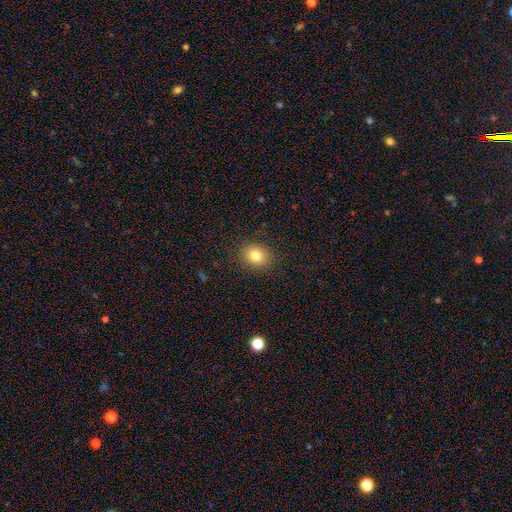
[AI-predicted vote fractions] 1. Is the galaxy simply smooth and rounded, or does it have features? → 80% smooth, 12% star or artifact, 8% featured or disk.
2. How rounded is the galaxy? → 69% round, 31% in between, 1% cigar-shaped.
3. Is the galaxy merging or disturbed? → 89% none, 8% minor disturbance, 3% major disturbance, 1% merger.